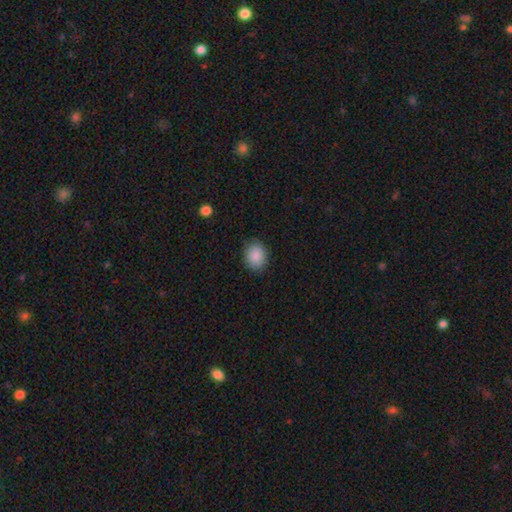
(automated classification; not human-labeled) Q: Smooth or featured?
A: smooth (89%); runner-up: star or artifact (8%)
Q: How rounded?
A: round (54%); runner-up: in between (45%)
Q: Merging?
A: none (86%); runner-up: minor disturbance (10%)